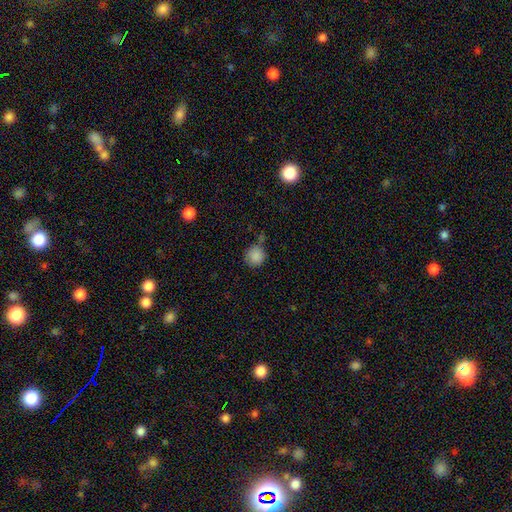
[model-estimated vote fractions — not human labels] Overall: smooth (87%). How rounded: round (92%). Merging: none (67%).